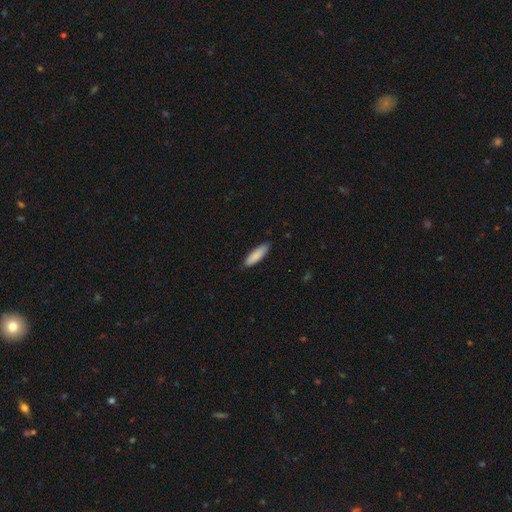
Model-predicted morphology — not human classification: smooth-or-featured: smooth: 87% | featured or disk: 7% | star or artifact: 6%
  how-rounded: cigar-shaped: 59% | in between: 39% | round: 1%
  merging: none: 87% | minor disturbance: 11% | major disturbance: 2% | merger: 1%